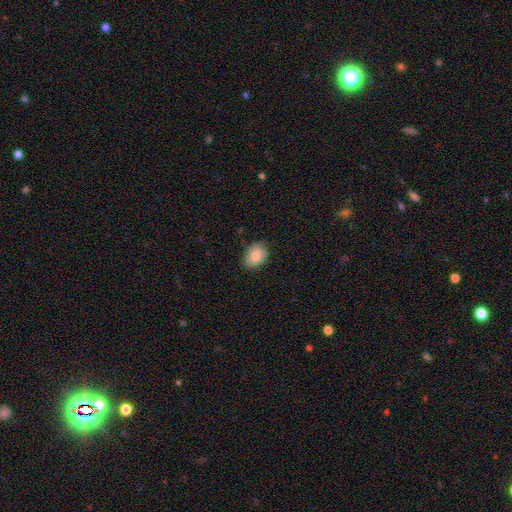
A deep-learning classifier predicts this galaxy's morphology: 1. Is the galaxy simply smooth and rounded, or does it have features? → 83% smooth, 10% featured or disk, 7% star or artifact.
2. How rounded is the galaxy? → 69% in between, 30% round, 1% cigar-shaped.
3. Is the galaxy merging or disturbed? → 78% none, 18% minor disturbance, 3% major disturbance, 1% merger.